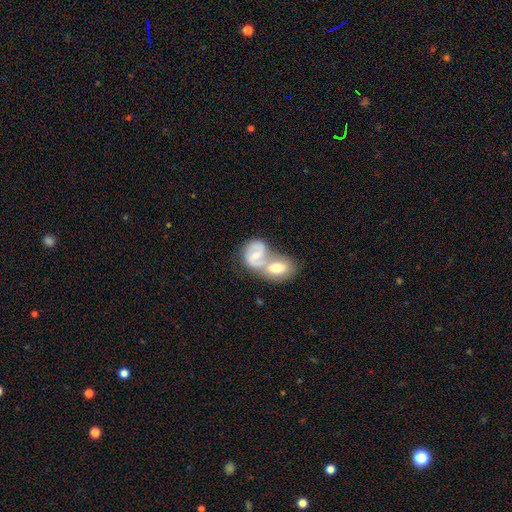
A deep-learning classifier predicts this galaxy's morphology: smooth-or-featured: featured or disk: 56% | smooth: 38% | star or artifact: 6%
  disk-edge-on: no: 96% | yes: 4%
    bar: weak: 42% | no: 40% | strong: 18%
    has-spiral-arms: yes: 74% | no: 26%
    bulge-size: moderate: 50% | small: 41% | none: 4% | large: 3% | dominant: 1%
  merging: merger: 69% | none: 19% | minor disturbance: 8% | major disturbance: 5%